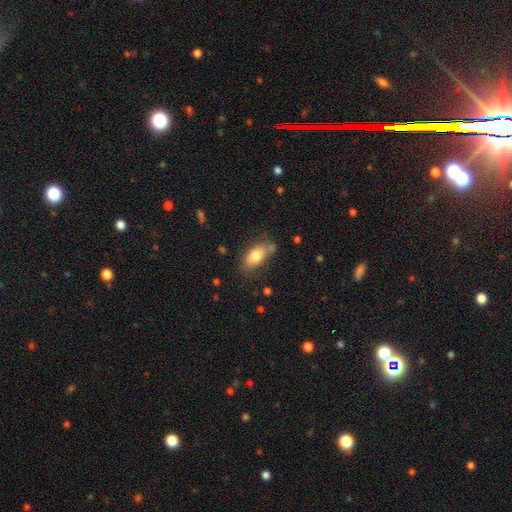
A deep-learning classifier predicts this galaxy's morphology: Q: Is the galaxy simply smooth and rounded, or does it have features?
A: smooth — 78%.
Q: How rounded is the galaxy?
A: in between — 90%.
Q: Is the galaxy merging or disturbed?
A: none — 66%.